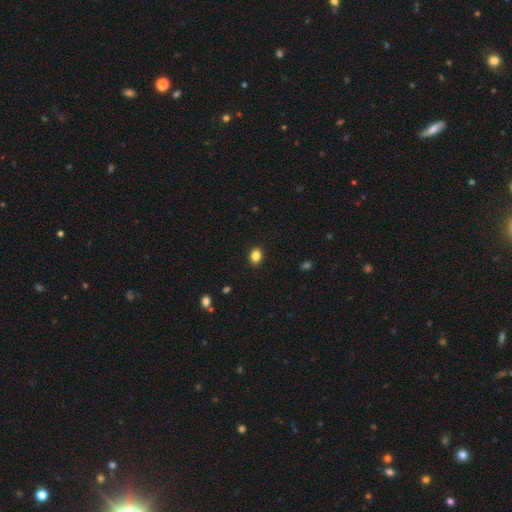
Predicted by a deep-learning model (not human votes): A smooth galaxy with no disk features (85%) that is in between round and cigar-shaped (59%).

Vote fractions:
- Smooth or featured? smooth: 85% / star or artifact: 10% / featured or disk: 5%
- How rounded? in between: 59% / round: 40% / cigar-shaped: 1%
- Merging? none: 90% / minor disturbance: 7% / major disturbance: 2% / merger: 1%